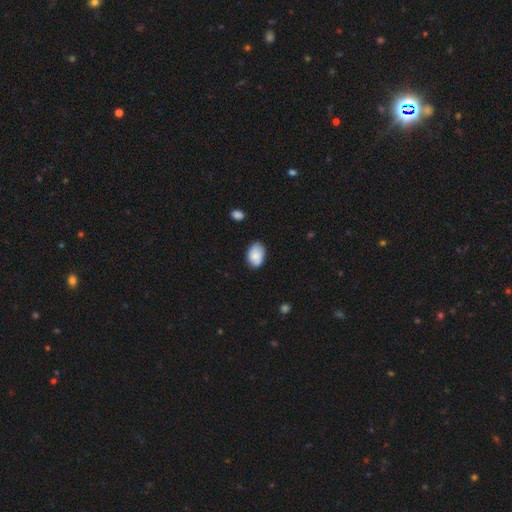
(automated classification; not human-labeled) Q: Smooth or featured?
A: smooth (84%); runner-up: featured or disk (9%)
Q: How rounded?
A: in between (85%); runner-up: round (14%)
Q: Merging?
A: none (75%); runner-up: minor disturbance (20%)